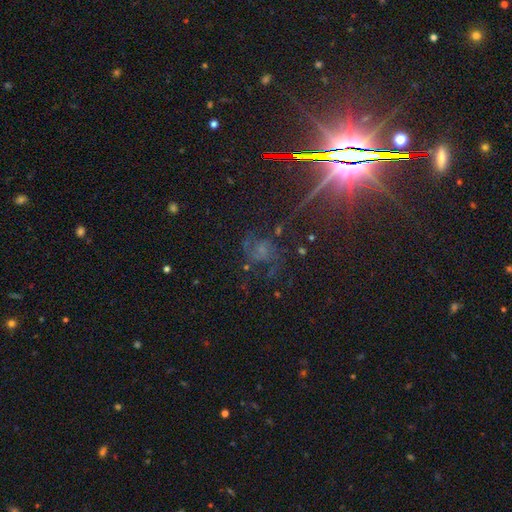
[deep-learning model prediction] Smooth or featured: featured or disk — 47% (star or artifact — 37%)
Merging: none — 60% (major disturbance — 20%)